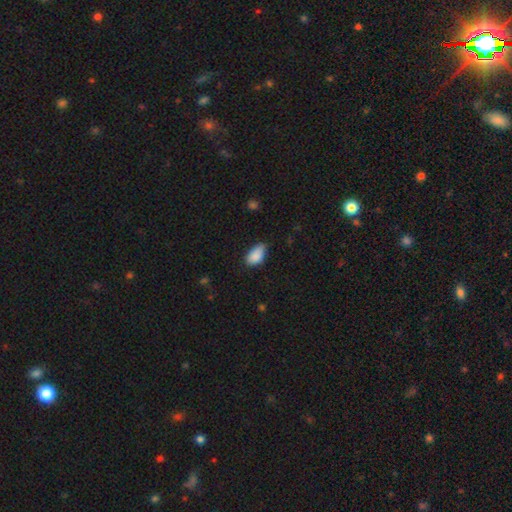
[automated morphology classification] type=smooth (87%); roundness=in between (92%); merging=none (56%).